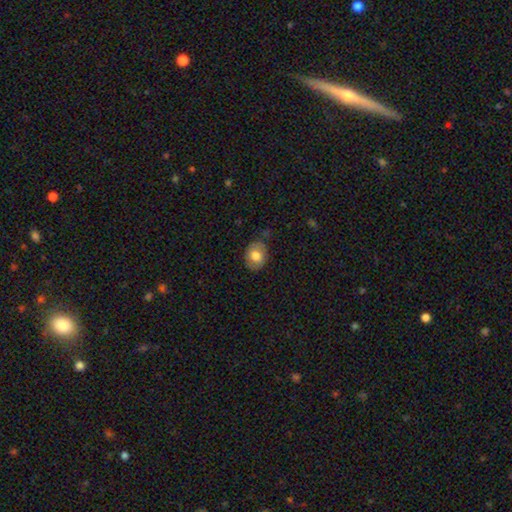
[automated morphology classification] Smooth or featured: smooth — 75% (featured or disk — 17%)
How rounded: in between — 58% (round — 41%)
Merging: none — 75% (minor disturbance — 19%)